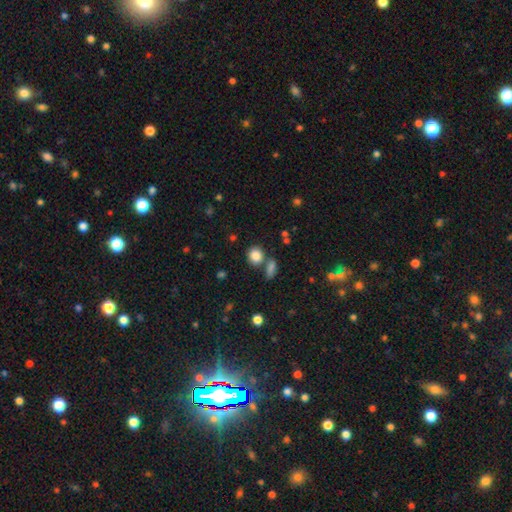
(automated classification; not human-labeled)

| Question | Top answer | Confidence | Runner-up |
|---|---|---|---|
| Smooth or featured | smooth | 85% | star or artifact (10%) |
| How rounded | round | 73% | in between (25%) |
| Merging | none | 67% | merger (18%) |